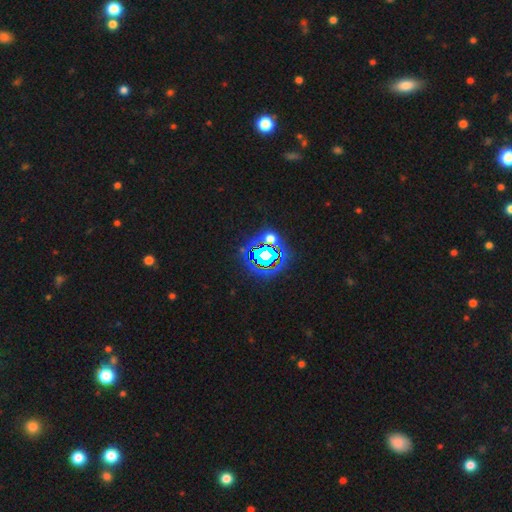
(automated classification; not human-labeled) Smooth or featured? star or artifact (79%)